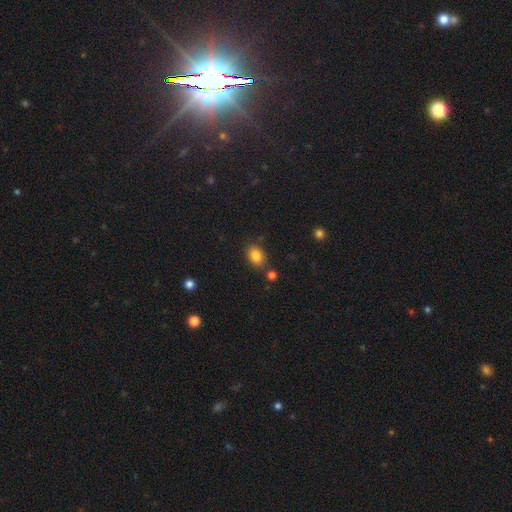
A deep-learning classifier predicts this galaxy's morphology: type=smooth (84%); roundness=in between (63%); merging=none (76%).